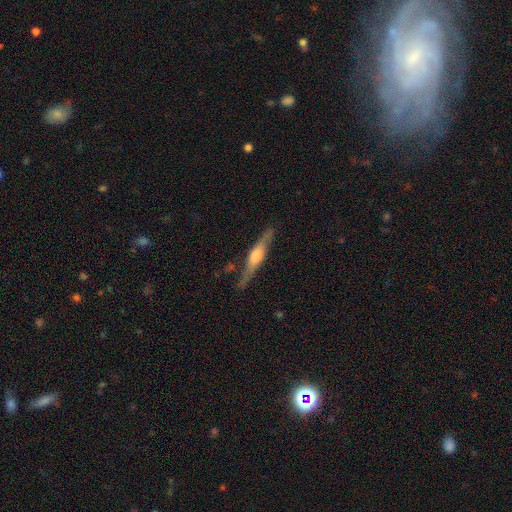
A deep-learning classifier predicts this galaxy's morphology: Overall: featured or disk (72%). Edge-on disk: yes (94%). Edge-on bulge: rounded (76%). Merging: none (80%).